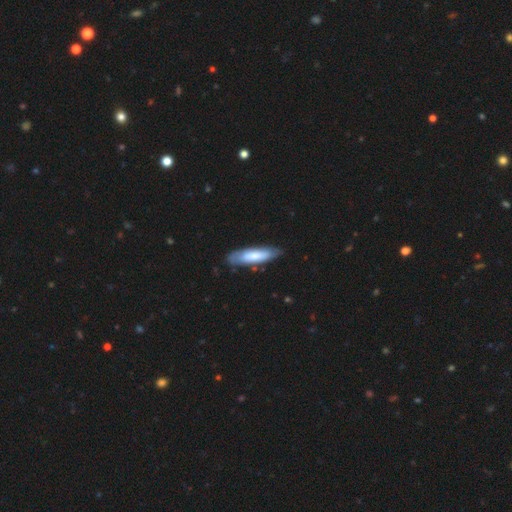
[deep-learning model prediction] The model was most divided on "how rounded": cigar-shaped: 64%, in between: 34%, round: 1%. More confident: merging — none (79%); smooth or featured — smooth (63%).